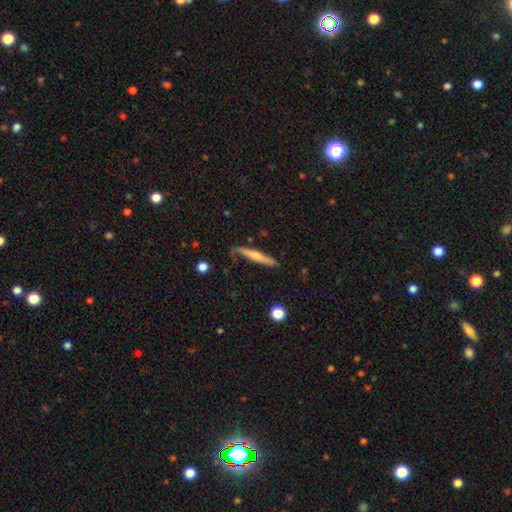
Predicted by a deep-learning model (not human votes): This appears to be a smooth galaxy with no disk features (56%) that is cigar-shaped (93%). Merging: none (75%).